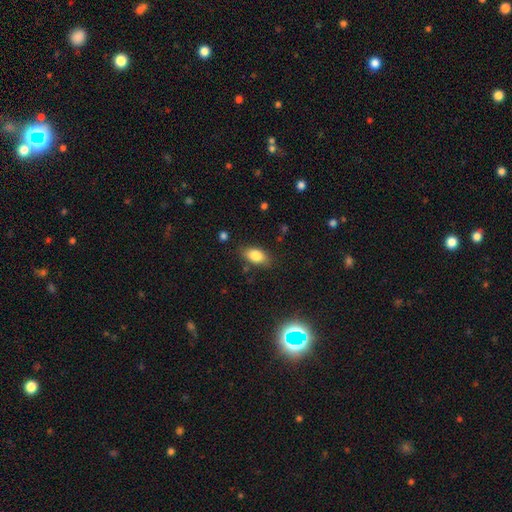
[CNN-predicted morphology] This is clearly a smooth galaxy (81%). How rounded: clearly in between (87%). Merging: clearly none (82%).